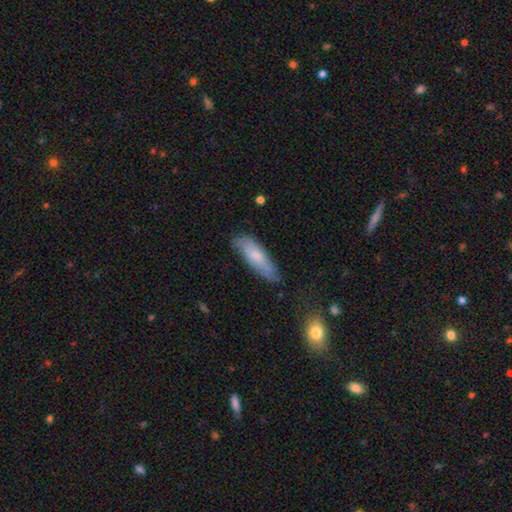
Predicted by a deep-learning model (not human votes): A smooth galaxy with no disk features (68%) that is in between round and cigar-shaped (52%).

Vote fractions:
- Smooth or featured? smooth: 68% / featured or disk: 26% / star or artifact: 6%
- How rounded? in between: 52% / cigar-shaped: 47% / round: 2%
- Merging? none: 65% / minor disturbance: 27% / major disturbance: 6% / merger: 2%